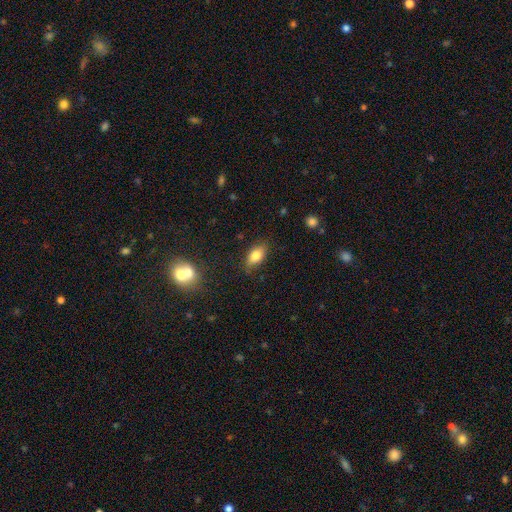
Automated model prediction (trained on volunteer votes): Smooth or featured? smooth (80%)
How rounded? in between (87%)
Merging? none (81%)